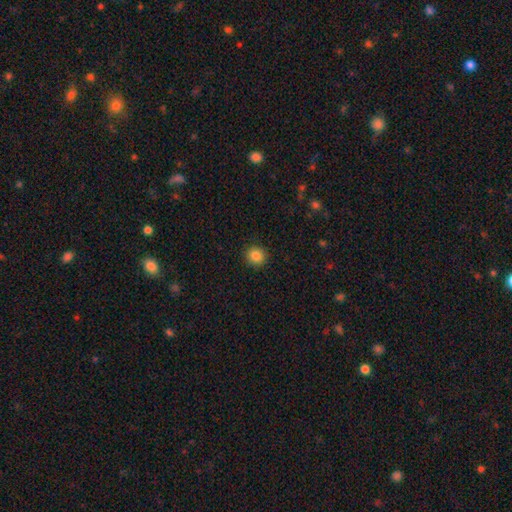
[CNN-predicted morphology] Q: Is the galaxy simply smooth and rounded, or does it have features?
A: smooth — 85%.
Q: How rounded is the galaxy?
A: round — 91%.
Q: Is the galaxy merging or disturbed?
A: none — 92%.